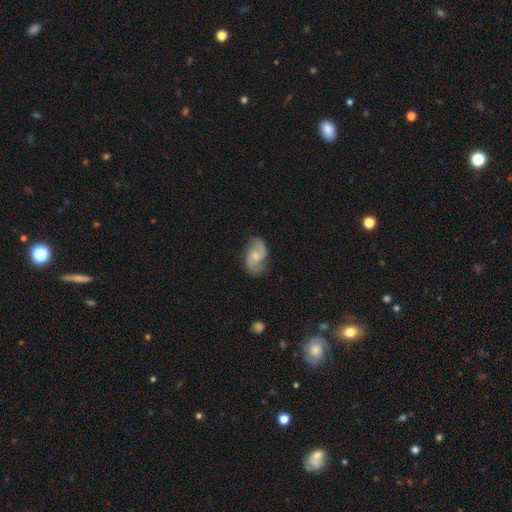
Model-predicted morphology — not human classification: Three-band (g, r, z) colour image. It shows a featured or disk galaxy (71%) with no bar (60%), 2 (89%) medium (44%) spiral arms (93%) and a small central bulge (53%). Merging: none (73%).